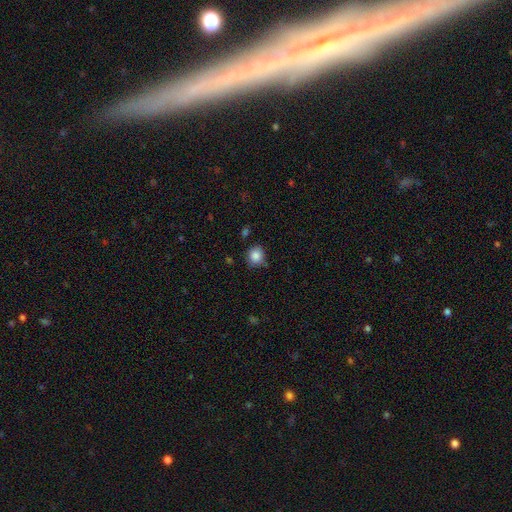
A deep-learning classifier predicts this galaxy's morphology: Smooth or featured?
  - smooth: 86% *
  - star or artifact: 9%
  - featured or disk: 5%
How rounded?
  - round: 78% *
  - in between: 21%
  - cigar-shaped: 1%
Merging?
  - none: 77% *
  - minor disturbance: 16%
  - major disturbance: 3%
  - merger: 3%